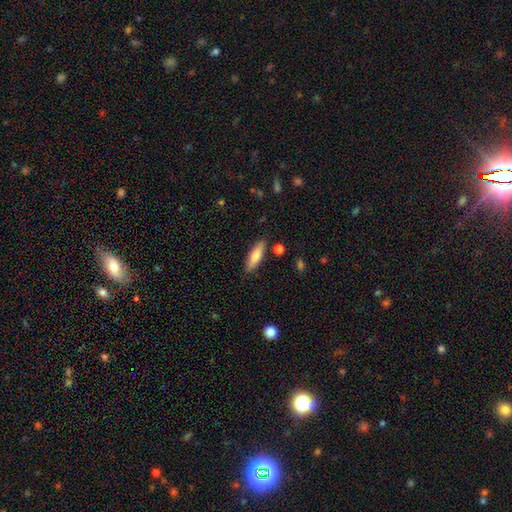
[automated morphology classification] type=smooth (72%); roundness=cigar-shaped (61%); merging=none (86%).